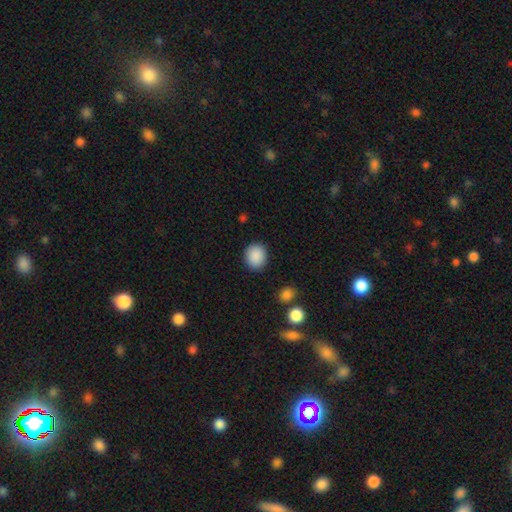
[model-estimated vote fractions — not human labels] A smooth galaxy with no disk features (89%) that is round (67%).

Vote fractions:
- Smooth or featured? smooth: 89% / star or artifact: 8% / featured or disk: 3%
- How rounded? round: 67% / in between: 32% / cigar-shaped: 1%
- Merging? none: 89% / minor disturbance: 8% / major disturbance: 2% / merger: 1%